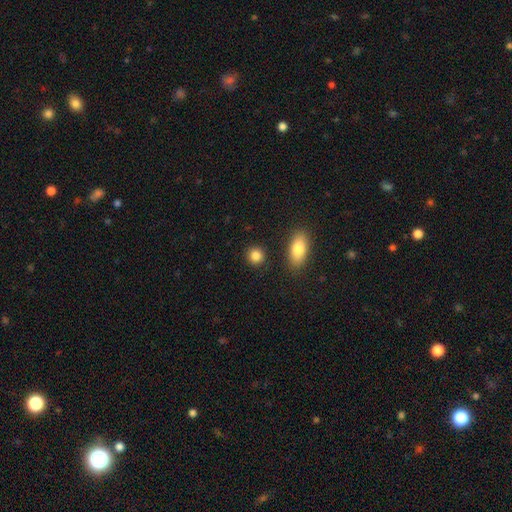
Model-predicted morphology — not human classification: Q: Smooth or featured?
A: smooth (86%); runner-up: star or artifact (9%)
Q: How rounded?
A: round (84%); runner-up: in between (14%)
Q: Merging?
A: none (88%); runner-up: minor disturbance (6%)